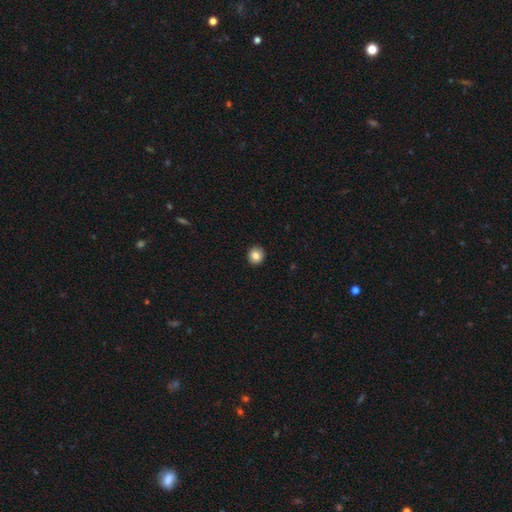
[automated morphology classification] The model was most divided on "how rounded": round: 86%, in between: 13%, cigar-shaped: 1%. More confident: merging — none (92%); smooth or featured — smooth (84%).